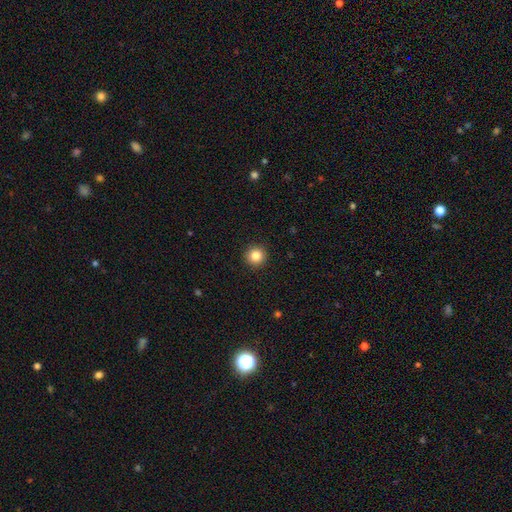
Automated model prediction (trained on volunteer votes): Smooth or featured? Predicted: smooth (p=0.84). How rounded? Predicted: round (p=0.95). Merging? Predicted: none (p=0.93).